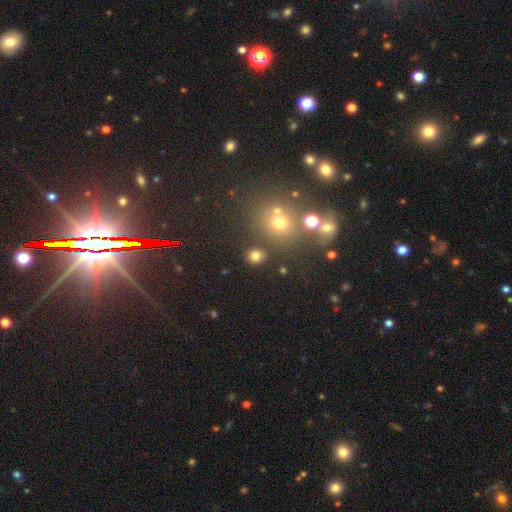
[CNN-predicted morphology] type=smooth (76%); roundness=round (75%); merging=none (83%).